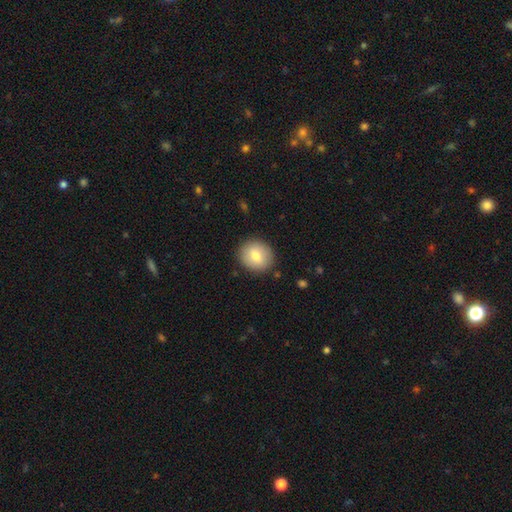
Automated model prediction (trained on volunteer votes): Q: Smooth or featured?
A: smooth (77%); runner-up: featured or disk (16%)
Q: How rounded?
A: round (74%); runner-up: in between (25%)
Q: Merging?
A: none (88%); runner-up: minor disturbance (8%)